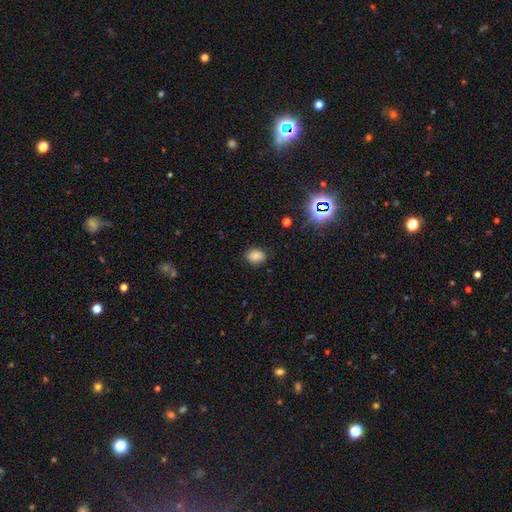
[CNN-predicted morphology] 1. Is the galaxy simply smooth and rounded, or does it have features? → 79% smooth, 13% star or artifact, 8% featured or disk.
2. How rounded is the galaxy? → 56% in between, 43% round, 1% cigar-shaped.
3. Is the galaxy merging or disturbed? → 76% none, 19% minor disturbance, 4% major disturbance, 1% merger.